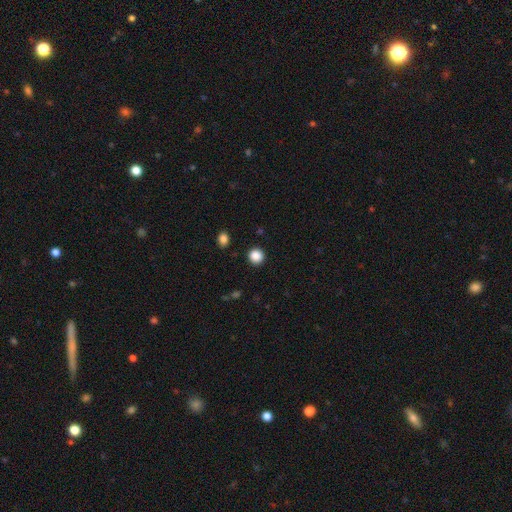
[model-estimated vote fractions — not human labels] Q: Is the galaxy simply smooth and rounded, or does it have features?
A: smooth — 87%.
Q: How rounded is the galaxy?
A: round — 93%.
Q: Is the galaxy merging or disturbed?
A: none — 91%.